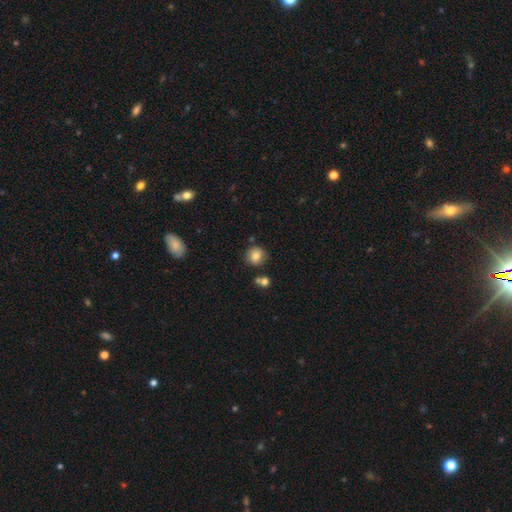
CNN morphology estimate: The model was most divided on "merging": none: 78%, minor disturbance: 11%, merger: 8%, major disturbance: 3%. More confident: how rounded — round (89%); smooth or featured — smooth (80%).